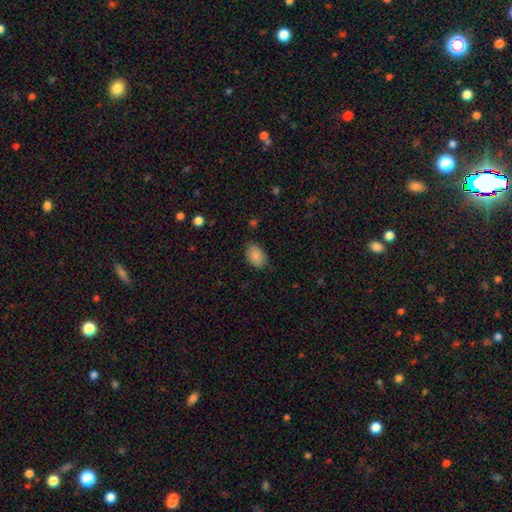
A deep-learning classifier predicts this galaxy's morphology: A smooth galaxy with no disk features (87%) that is in between round and cigar-shaped (84%).

Vote fractions:
- Smooth or featured? smooth: 87% / star or artifact: 7% / featured or disk: 6%
- How rounded? in between: 84% / round: 15% / cigar-shaped: 1%
- Merging? none: 77% / minor disturbance: 18% / major disturbance: 4% / merger: 1%